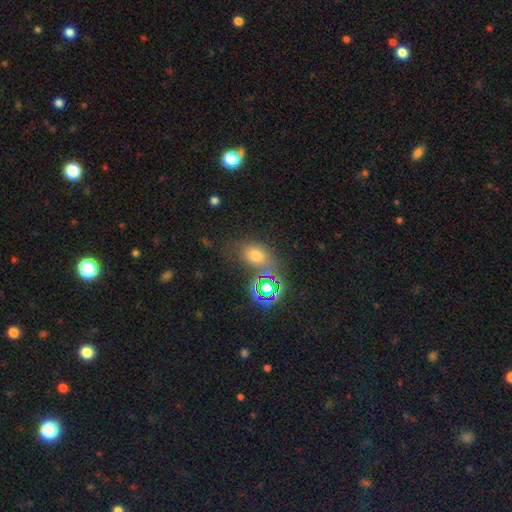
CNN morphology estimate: Smooth or featured? Predicted: smooth (p=0.62). How rounded? Predicted: in between (p=0.70). Merging? Predicted: none (p=0.61).